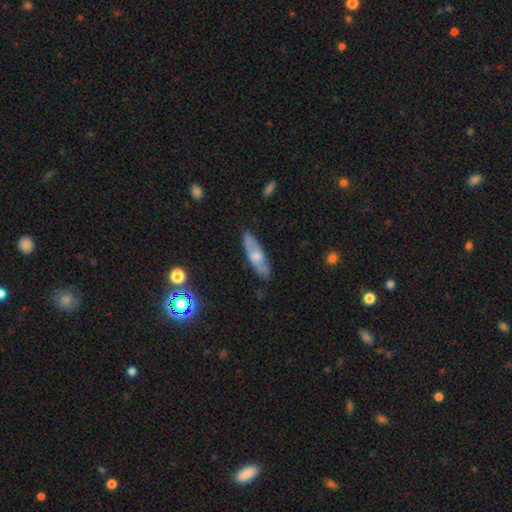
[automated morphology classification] This appears to be a smooth galaxy with no disk features (47%, tied with featured or disk). Merging: none (83%).